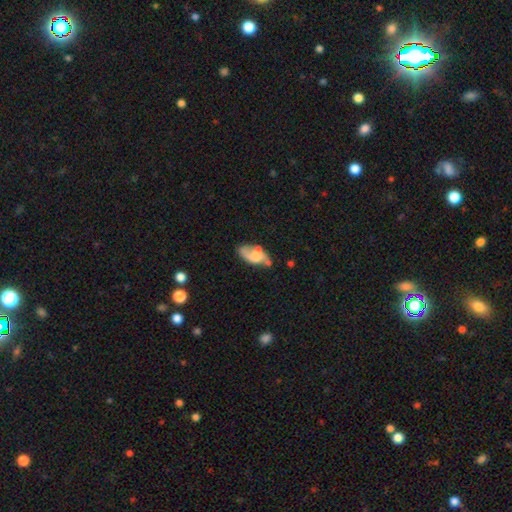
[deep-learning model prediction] This appears to be a featured or disk galaxy (56%) with no bar (68%), spiral arms (76%) and a moderate central bulge (42%). Merging: none (46%).